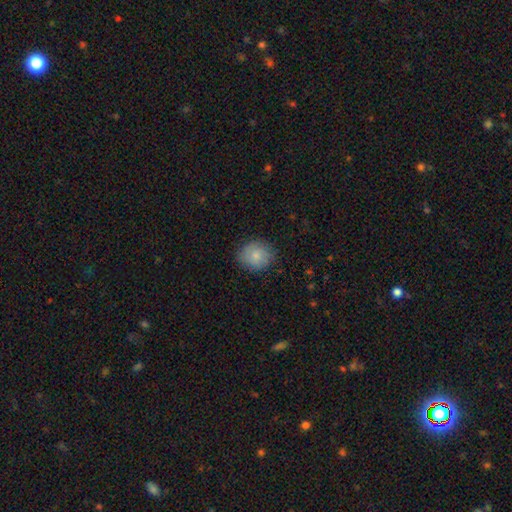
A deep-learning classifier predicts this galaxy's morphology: A smooth galaxy with no disk features (80%) that is round (79%). Merging: none (83%).